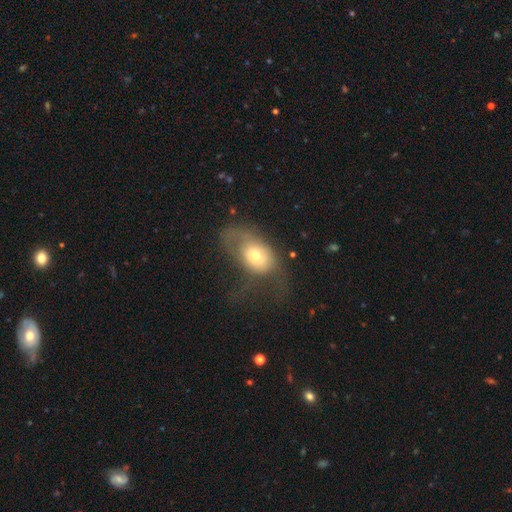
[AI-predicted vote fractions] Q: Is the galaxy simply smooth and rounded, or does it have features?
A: smooth — 58%.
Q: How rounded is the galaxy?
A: in between — 77%.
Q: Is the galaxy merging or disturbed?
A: major disturbance — 52%.